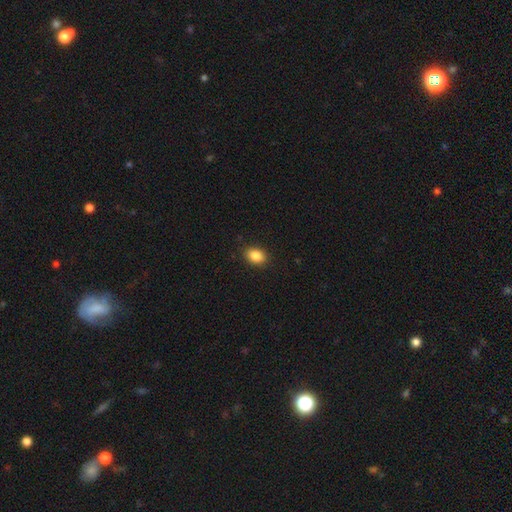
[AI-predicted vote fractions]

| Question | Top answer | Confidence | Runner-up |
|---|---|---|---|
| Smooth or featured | smooth | 87% | star or artifact (9%) |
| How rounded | in between | 74% | round (25%) |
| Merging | none | 89% | minor disturbance (8%) |